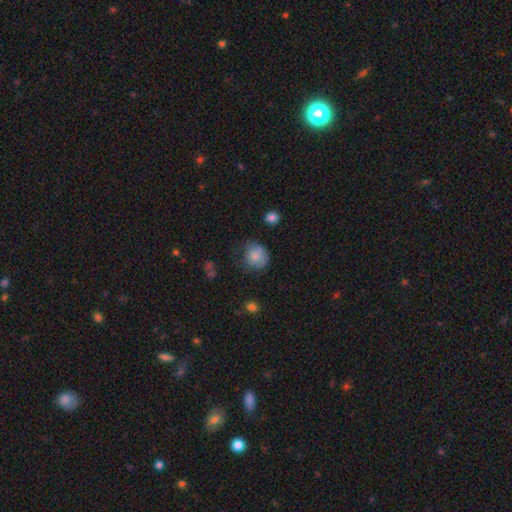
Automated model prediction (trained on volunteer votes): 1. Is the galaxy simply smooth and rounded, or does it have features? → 80% smooth, 11% featured or disk, 9% star or artifact.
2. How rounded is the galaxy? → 75% round, 24% in between, 1% cigar-shaped.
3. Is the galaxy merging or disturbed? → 57% none, 30% minor disturbance, 11% major disturbance, 2% merger.